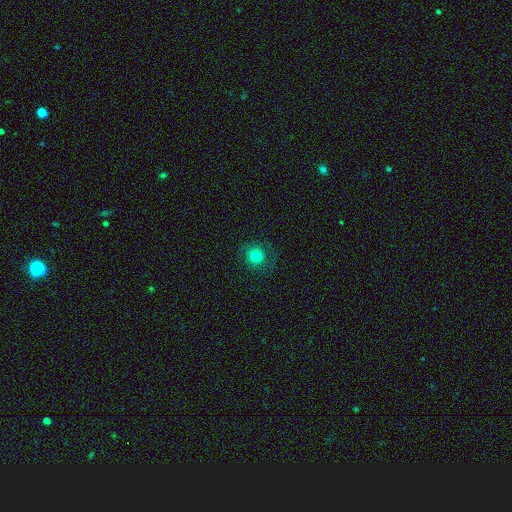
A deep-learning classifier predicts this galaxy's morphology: smooth 75%, featured or disk 13%, star or artifact 11%. Down the decision tree: how rounded — round (86%); merging — none (77%).